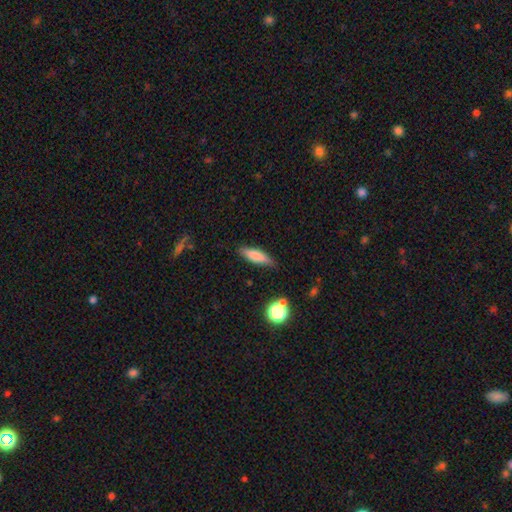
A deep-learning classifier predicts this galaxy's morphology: smooth-or-featured: smooth: 77% | featured or disk: 15% | star or artifact: 8%
  how-rounded: cigar-shaped: 62% | in between: 36% | round: 2%
  merging: none: 81% | minor disturbance: 14% | major disturbance: 3% | merger: 2%